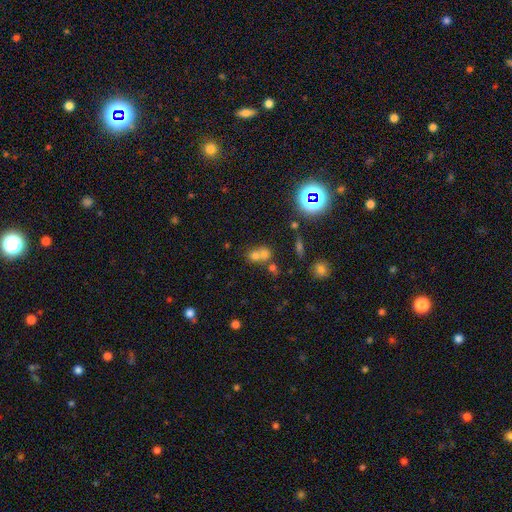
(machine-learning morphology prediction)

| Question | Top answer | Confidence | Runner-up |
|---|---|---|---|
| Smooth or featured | smooth | 62% | star or artifact (21%) |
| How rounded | round | 68% | in between (30%) |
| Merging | merger | 63% | none (28%) |